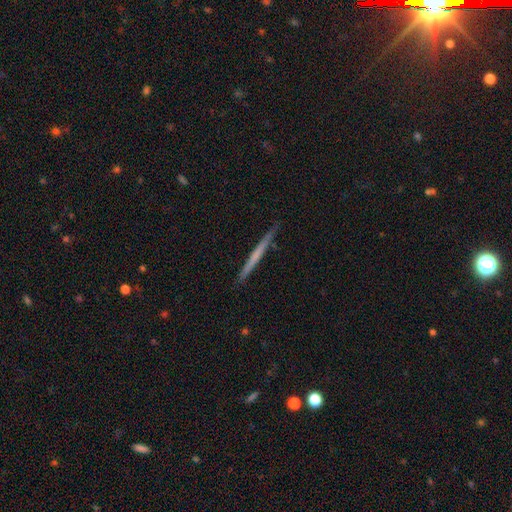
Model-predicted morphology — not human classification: A featured or disk galaxy (50%) viewed edge-on (98%).

Vote fractions:
- Smooth or featured? featured or disk: 50% / smooth: 45% / star or artifact: 5%
- Edge-on disk? yes: 98% / no: 2%
- Merging? none: 89% / minor disturbance: 8% / major disturbance: 1% / merger: 1%